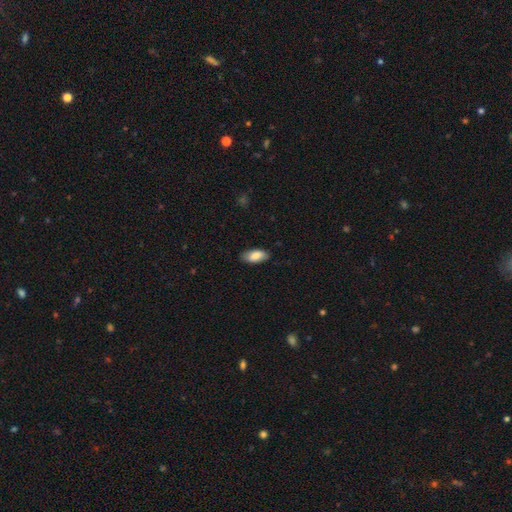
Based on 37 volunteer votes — smooth 81%, featured or disk 14%, star or artifact 5%. Down the decision tree: how rounded — in between (93%); merging — none (91%).